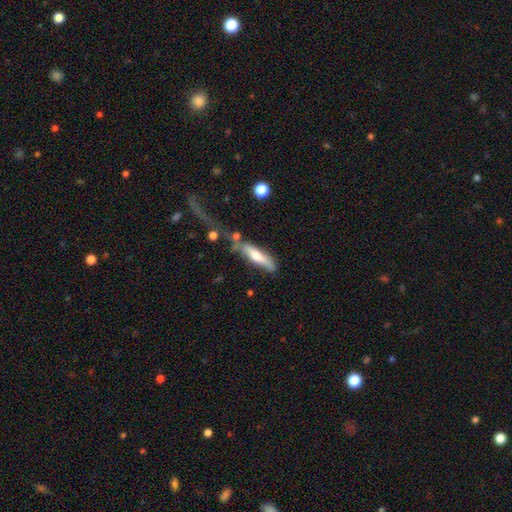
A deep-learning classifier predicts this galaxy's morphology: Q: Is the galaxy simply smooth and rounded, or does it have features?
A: smooth — 61%.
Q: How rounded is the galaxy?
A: cigar-shaped — 73%.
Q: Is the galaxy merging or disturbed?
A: none — 51%.